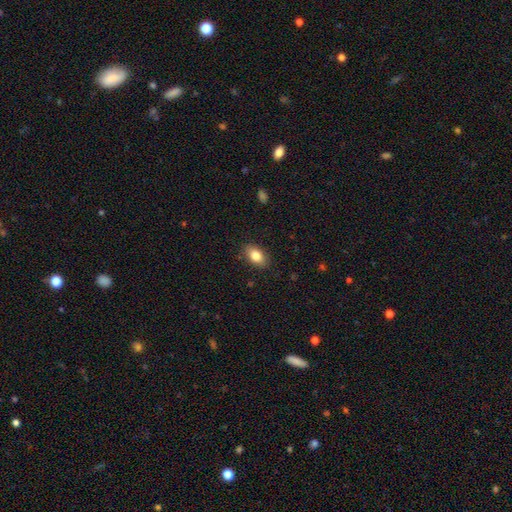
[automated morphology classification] smooth-or-featured: smooth: 84% | featured or disk: 9% | star or artifact: 8%
  how-rounded: in between: 90% | round: 8% | cigar-shaped: 2%
  merging: none: 87% | minor disturbance: 10% | major disturbance: 2% | merger: 1%